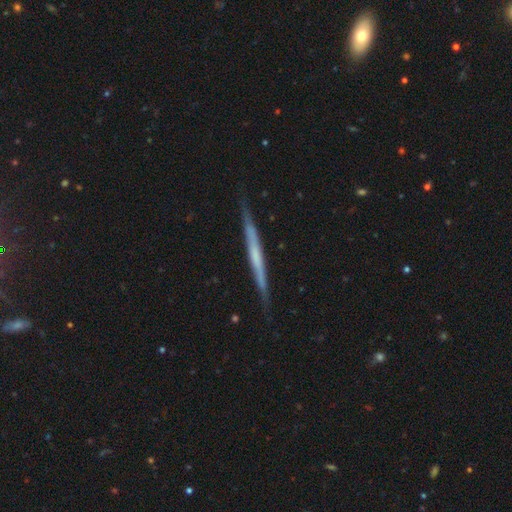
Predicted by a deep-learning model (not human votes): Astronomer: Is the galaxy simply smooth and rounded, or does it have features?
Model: featured or disk — 63%.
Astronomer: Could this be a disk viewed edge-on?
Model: yes — 97%.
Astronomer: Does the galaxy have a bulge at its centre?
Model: none — 78%.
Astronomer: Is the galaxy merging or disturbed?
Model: none — 86%.